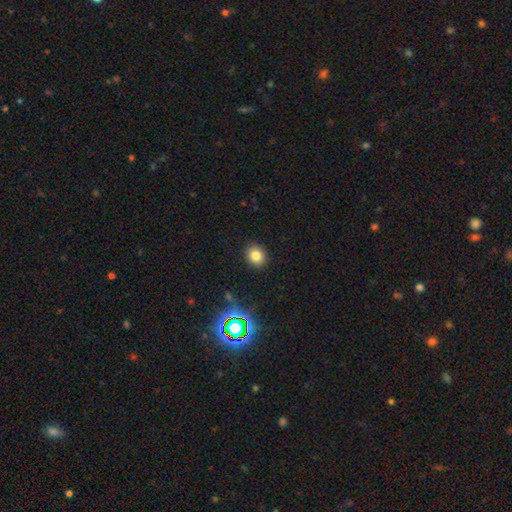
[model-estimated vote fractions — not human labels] Smooth or featured?
  - smooth: 80% *
  - star or artifact: 14%
  - featured or disk: 6%
How rounded?
  - round: 73% *
  - in between: 26%
  - cigar-shaped: 1%
Merging?
  - none: 90% *
  - minor disturbance: 7%
  - major disturbance: 2%
  - merger: 1%